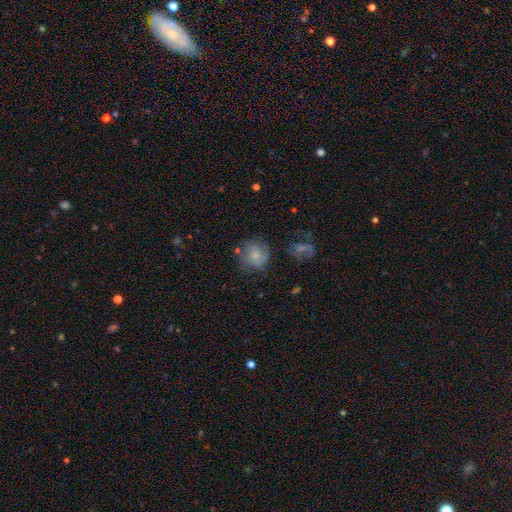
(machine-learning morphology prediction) This is likely a smooth galaxy (61%). How rounded: clearly round (82%). Merging: likely none (62%).